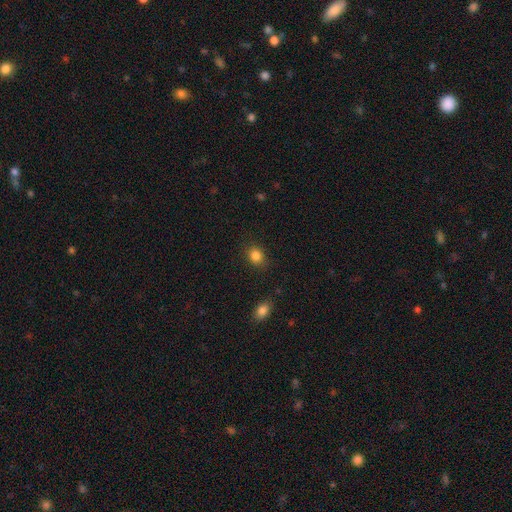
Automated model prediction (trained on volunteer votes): The model was most divided on "how rounded": in between: 50%, round: 49%, cigar-shaped: 1%. More confident: smooth or featured — smooth (85%); merging — none (84%).